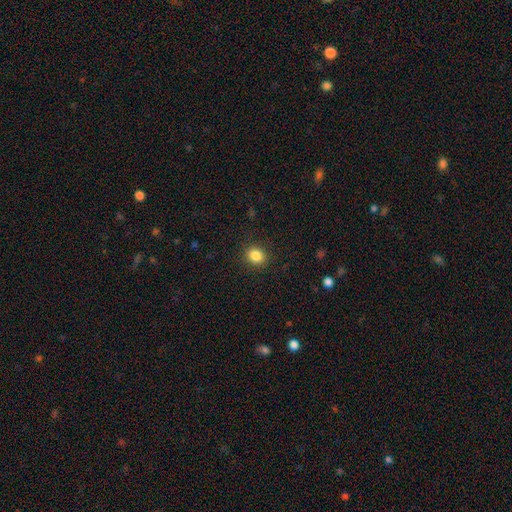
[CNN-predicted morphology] Smooth or featured? smooth (85%)
How rounded? round (61%)
Merging? none (90%)